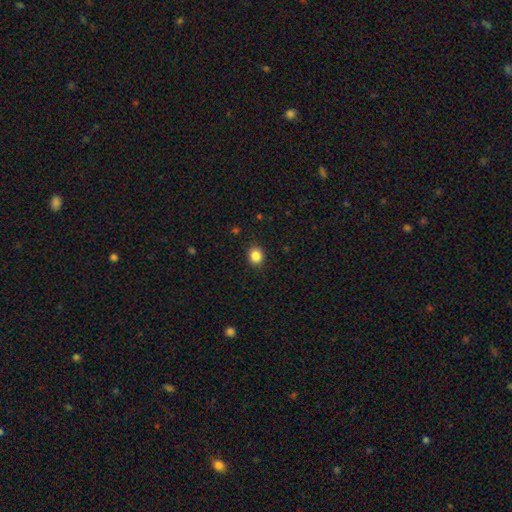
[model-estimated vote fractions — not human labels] Morphology: type=smooth (86%); roundness=round (72%); merging=none (90%).